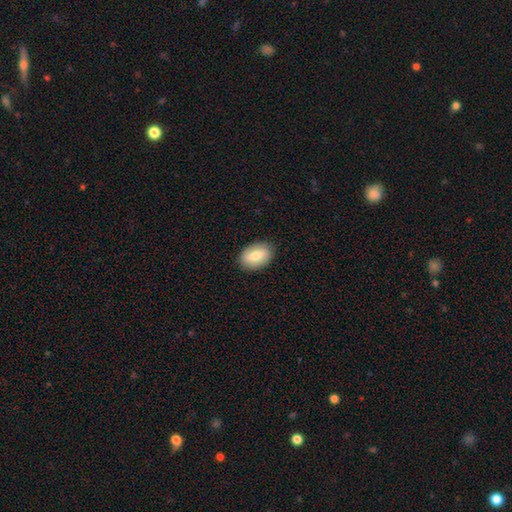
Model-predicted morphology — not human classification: smooth_or_featured: smooth (p=0.71) [alt: featured or disk p=0.22]
how_rounded: in between (p=0.88) [alt: round p=0.10]
merging: none (p=0.87) [alt: minor disturbance p=0.10]